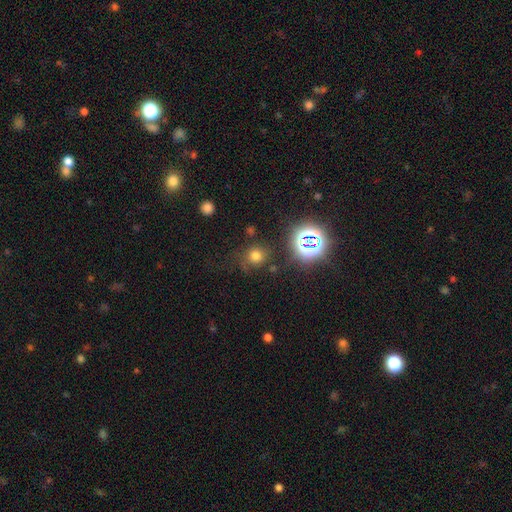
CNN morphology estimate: smooth 65%, star or artifact 26%, featured or disk 9%. Down the decision tree: how rounded — round (86%); merging — none (72%).